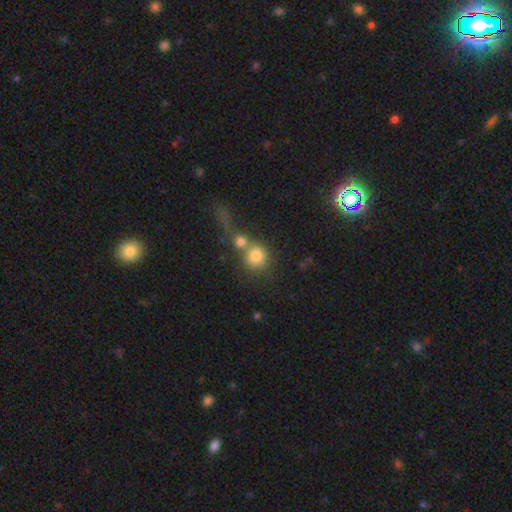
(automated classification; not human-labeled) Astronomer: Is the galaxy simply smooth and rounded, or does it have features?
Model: smooth — 78%.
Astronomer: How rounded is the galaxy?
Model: round — 86%.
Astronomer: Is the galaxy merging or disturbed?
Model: merger — 52% (runner-up: none, 33%).